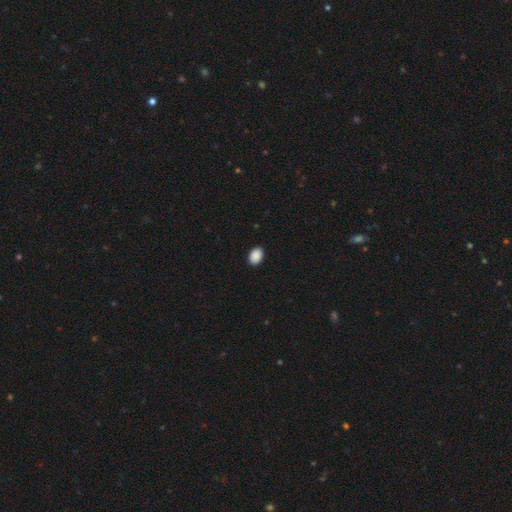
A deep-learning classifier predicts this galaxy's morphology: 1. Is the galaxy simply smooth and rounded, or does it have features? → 90% smooth, 7% star or artifact, 2% featured or disk.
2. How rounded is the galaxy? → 78% in between, 21% round, 1% cigar-shaped.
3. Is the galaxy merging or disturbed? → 90% none, 7% minor disturbance, 2% major disturbance, 1% merger.